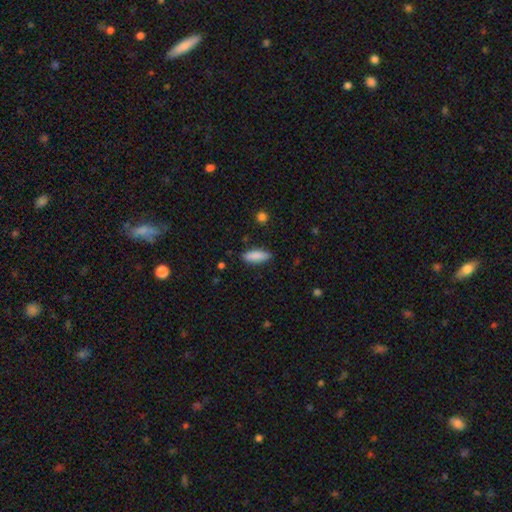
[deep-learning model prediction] Morphology: type=smooth (87%); roundness=in between (67%); merging=none (85%).